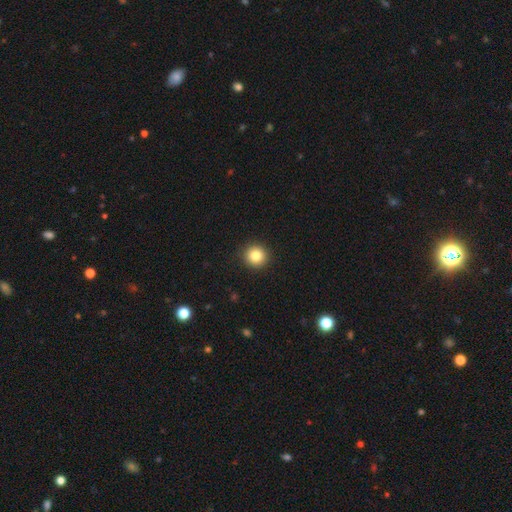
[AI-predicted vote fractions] smooth 84%, star or artifact 10%, featured or disk 6%. Down the decision tree: how rounded — round (94%); merging — none (93%).